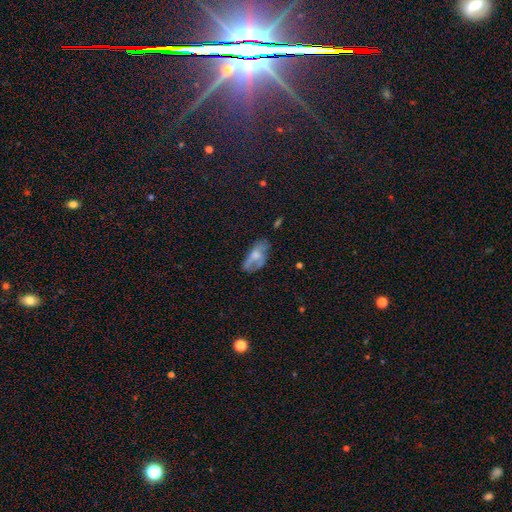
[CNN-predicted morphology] A smooth galaxy with no disk features (49%). Merging: none (42%).